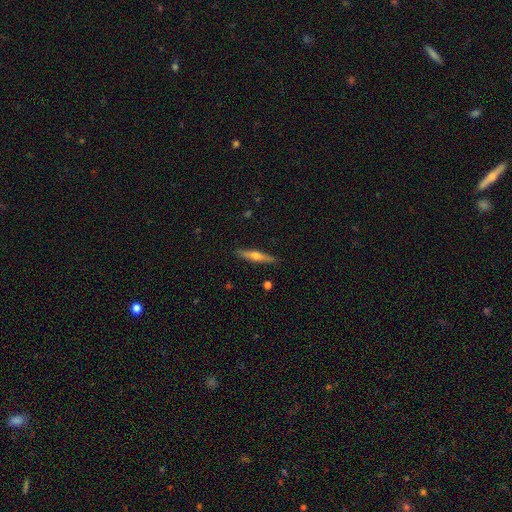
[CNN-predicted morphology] A featured or disk galaxy (55%) viewed edge-on (95%) with a rounded central bulge (89%).

Vote fractions:
- Smooth or featured? featured or disk: 55% / smooth: 38% / star or artifact: 6%
- Edge-on disk? yes: 95% / no: 5%
- Edge-on bulge? rounded: 89% / none: 7% / boxy: 3%
- Merging? none: 90% / minor disturbance: 8% / major disturbance: 2% / merger: 1%